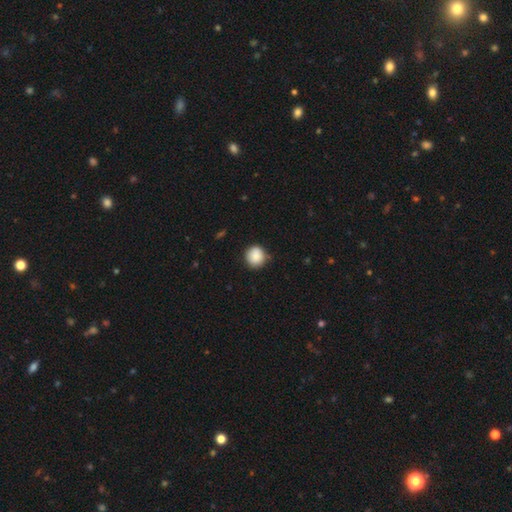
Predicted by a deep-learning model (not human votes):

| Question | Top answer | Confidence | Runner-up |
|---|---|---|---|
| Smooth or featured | smooth | 88% | star or artifact (8%) |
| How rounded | round | 90% | in between (9%) |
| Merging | none | 83% | minor disturbance (13%) |